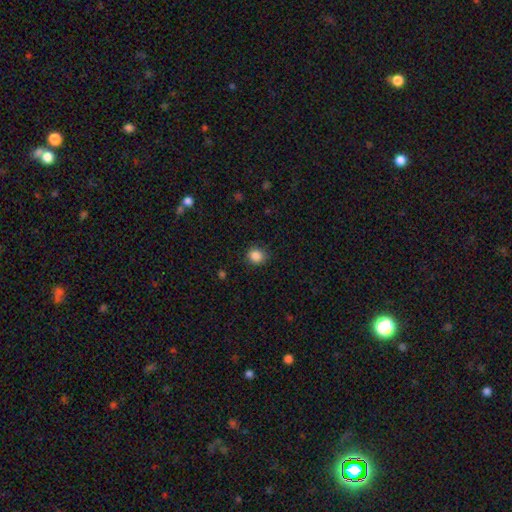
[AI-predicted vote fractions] smooth_or_featured: smooth (p=0.86) [alt: star or artifact p=0.10]
how_rounded: round (p=0.81) [alt: in between p=0.18]
merging: none (p=0.87) [alt: minor disturbance p=0.09]